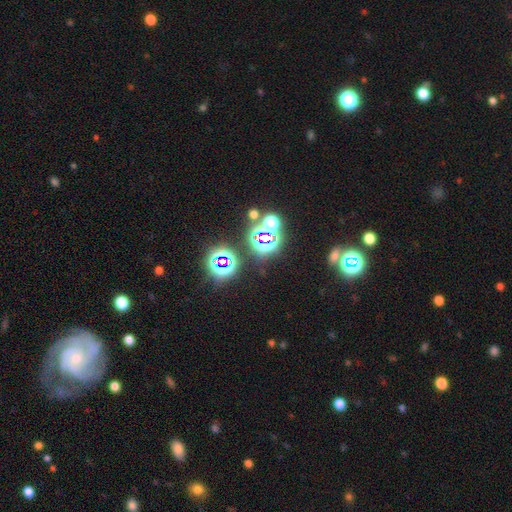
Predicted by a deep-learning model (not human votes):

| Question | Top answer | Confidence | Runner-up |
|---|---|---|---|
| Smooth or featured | star or artifact | 75% | smooth (15%) |